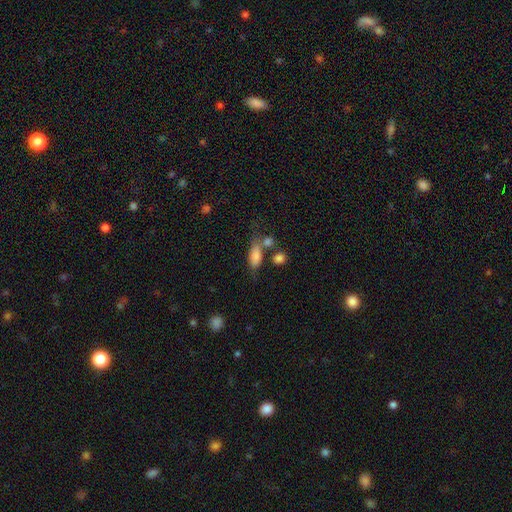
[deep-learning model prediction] A smooth galaxy with no disk features (80%) that is in between round and cigar-shaped (75%). Merging: none (49%).